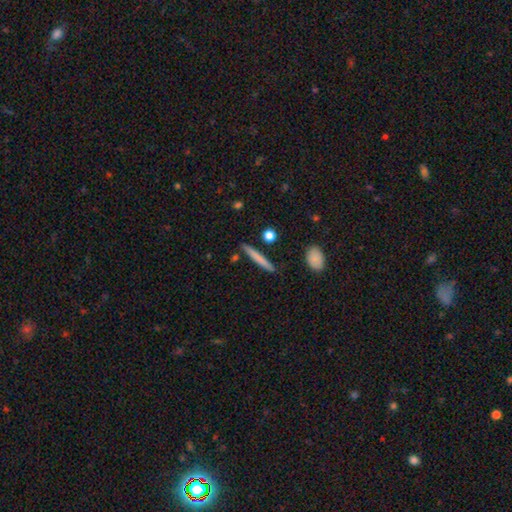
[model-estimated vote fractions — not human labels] This appears to be a smooth galaxy with no disk features (69%) that is cigar-shaped (94%). Merging: none (88%).